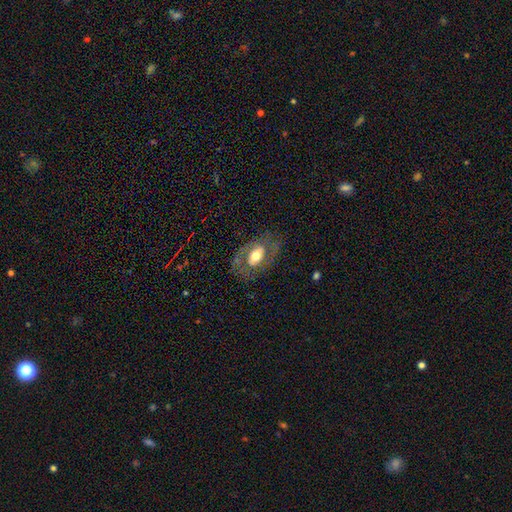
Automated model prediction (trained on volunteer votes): This is possibly a featured or disk galaxy (56%). It is clearly not viewed edge-on (92%). Bar: possibly no (60%). Spiral arm pattern: possibly no (52%). Central bulge: likely moderate (61%). Merging: likely none (71%).